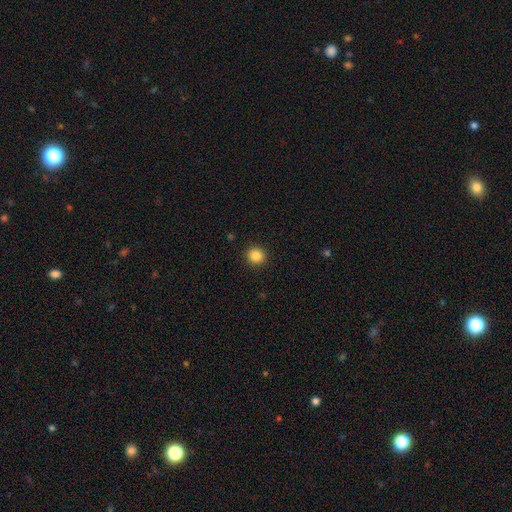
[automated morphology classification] Smooth or featured?
  - smooth: 85% *
  - star or artifact: 11%
  - featured or disk: 4%
How rounded?
  - round: 92% *
  - in between: 7%
  - cigar-shaped: 1%
Merging?
  - none: 93% *
  - minor disturbance: 5%
  - major disturbance: 2%
  - merger: 1%